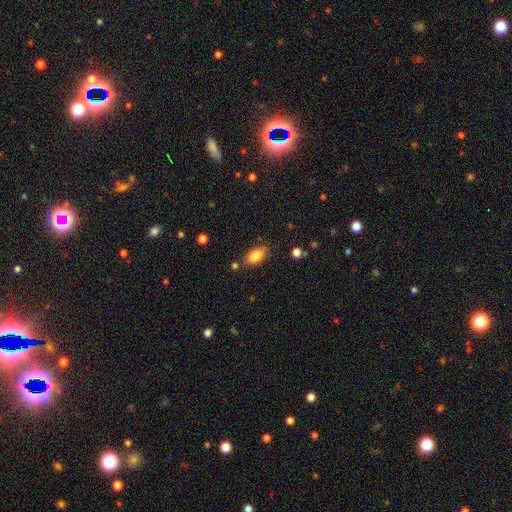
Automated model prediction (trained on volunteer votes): This is clearly a smooth galaxy (82%). How rounded: clearly in between (88%). Merging: likely none (78%).